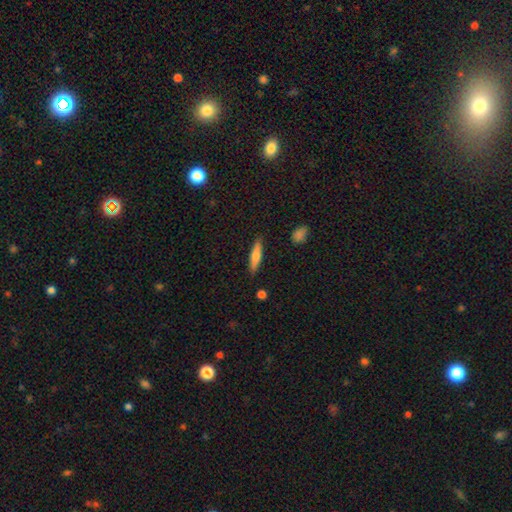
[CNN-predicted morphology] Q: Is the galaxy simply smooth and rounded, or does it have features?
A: smooth — 67%.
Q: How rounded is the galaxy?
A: cigar-shaped — 80%.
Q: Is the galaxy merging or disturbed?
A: none — 87%.